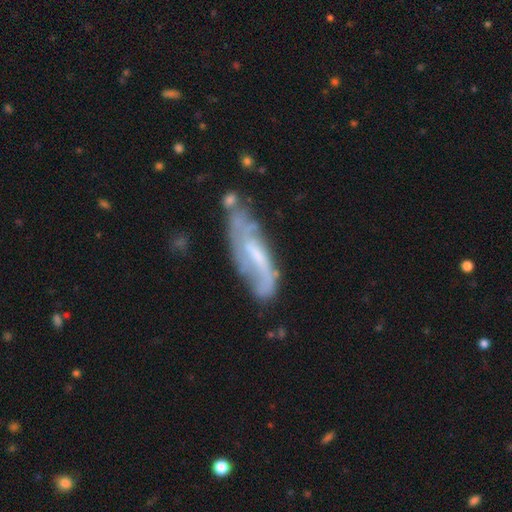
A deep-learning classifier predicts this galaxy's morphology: Smooth or featured: featured or disk — 69% (smooth — 24%)
Edge-on disk: no — 78% (yes — 22%)
Bar: weak — 45% (no — 36%)
Spiral arms: yes — 78% (no — 22%)
Bulge size: moderate — 37% (tied with small — 37%)
Merging: none — 54% (minor disturbance — 25%)